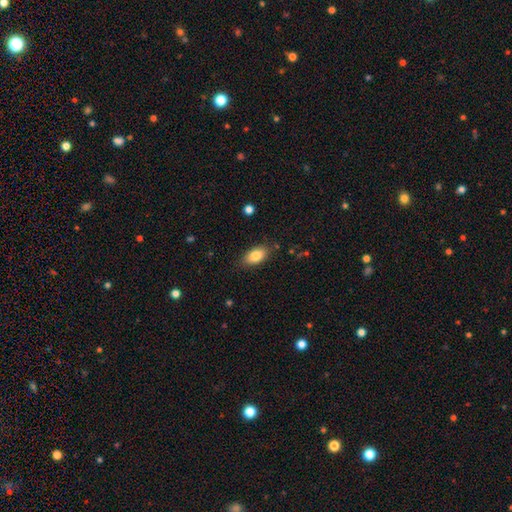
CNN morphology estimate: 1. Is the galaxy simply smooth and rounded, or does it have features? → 83% smooth, 10% featured or disk, 7% star or artifact.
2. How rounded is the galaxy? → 89% in between, 6% cigar-shaped, 5% round.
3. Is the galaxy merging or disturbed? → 83% none, 13% minor disturbance, 3% major disturbance, 1% merger.